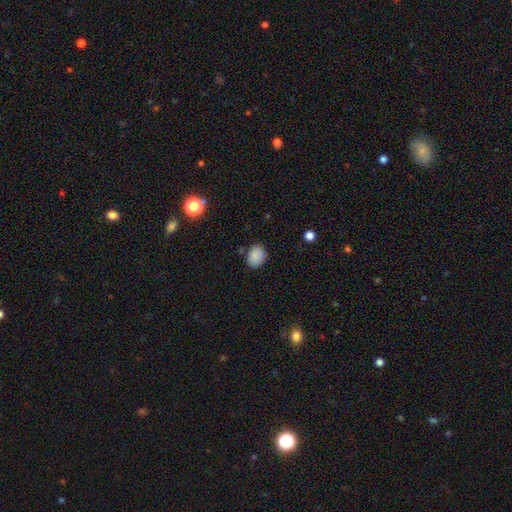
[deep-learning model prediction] Smooth or featured? smooth (86%)
How rounded? in between (61%)
Merging? none (78%)